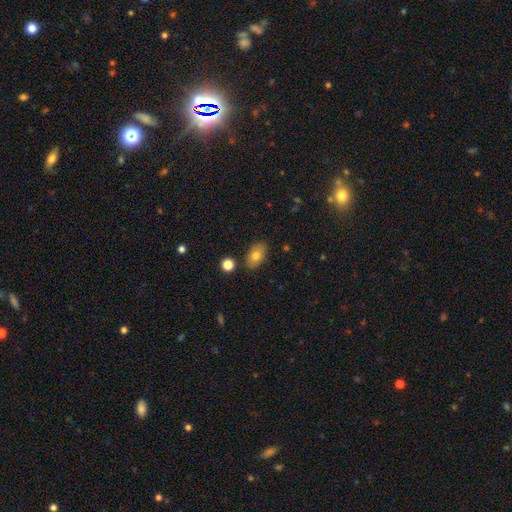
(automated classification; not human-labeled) Q: Smooth or featured?
A: smooth (78%); runner-up: featured or disk (14%)
Q: How rounded?
A: in between (89%); runner-up: round (9%)
Q: Merging?
A: none (83%); runner-up: minor disturbance (12%)